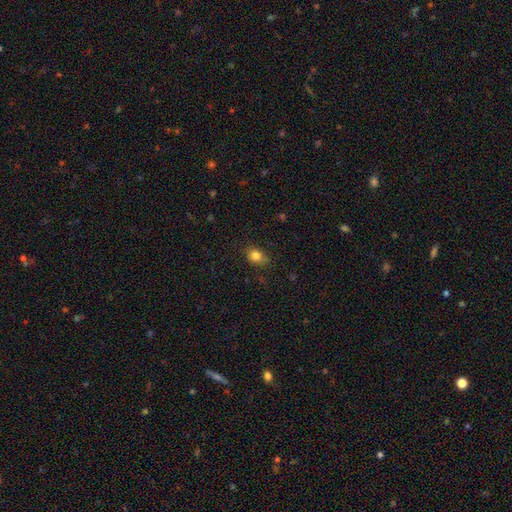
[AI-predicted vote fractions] smooth-or-featured: smooth: 82% | star or artifact: 11% | featured or disk: 7%
  how-rounded: in between: 53% | round: 45% | cigar-shaped: 1%
  merging: none: 78% | minor disturbance: 17% | major disturbance: 4% | merger: 1%